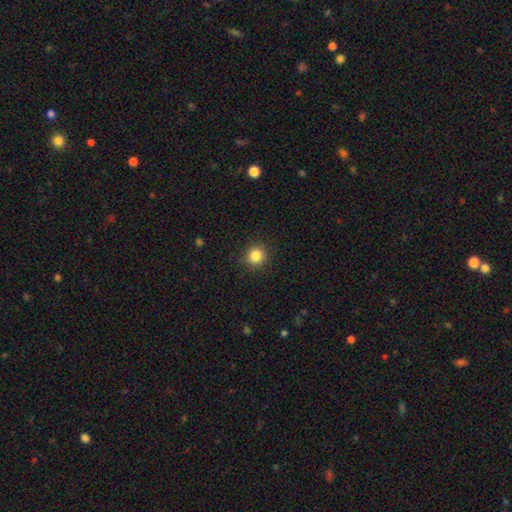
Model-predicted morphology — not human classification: Smooth or featured? smooth (85%)
How rounded? round (92%)
Merging? none (91%)